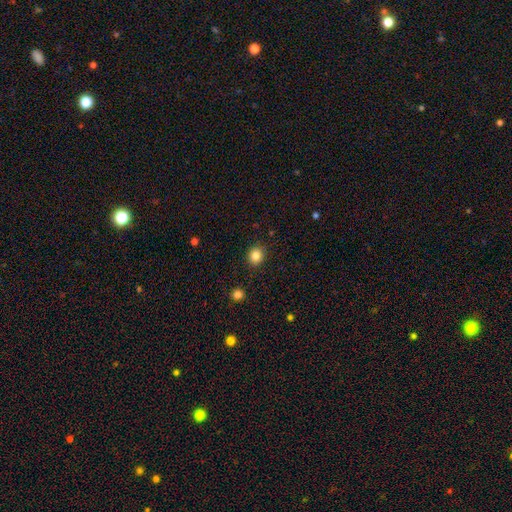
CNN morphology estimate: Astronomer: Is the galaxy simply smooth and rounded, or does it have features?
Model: smooth — 84%.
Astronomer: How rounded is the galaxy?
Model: round — 75%.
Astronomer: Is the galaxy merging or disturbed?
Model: none — 90%.